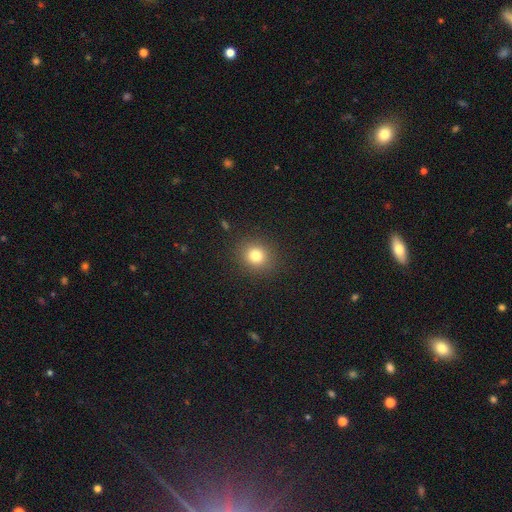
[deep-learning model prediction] Smooth or featured: smooth — 80% (star or artifact — 13%)
How rounded: round — 82% (in between — 17%)
Merging: none — 89% (minor disturbance — 7%)